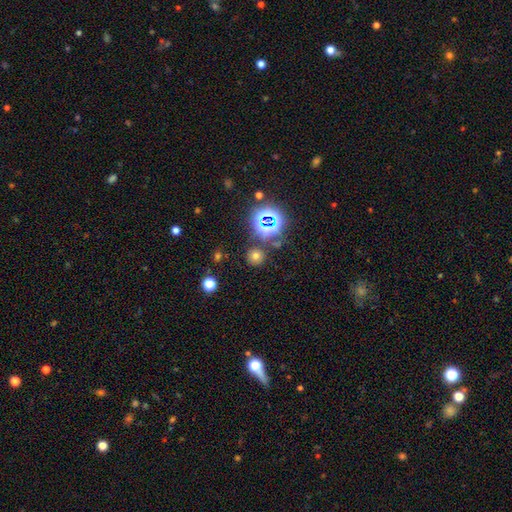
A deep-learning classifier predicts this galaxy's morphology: Smooth or featured? smooth (63%)
How rounded? round (91%)
Merging? none (84%)